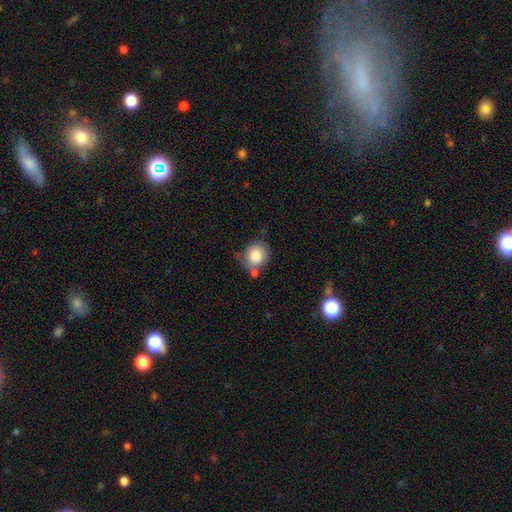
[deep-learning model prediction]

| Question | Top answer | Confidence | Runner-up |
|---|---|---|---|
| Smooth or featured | smooth | 84% | featured or disk (8%) |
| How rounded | round | 81% | in between (18%) |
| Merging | none | 56% | minor disturbance (22%) |